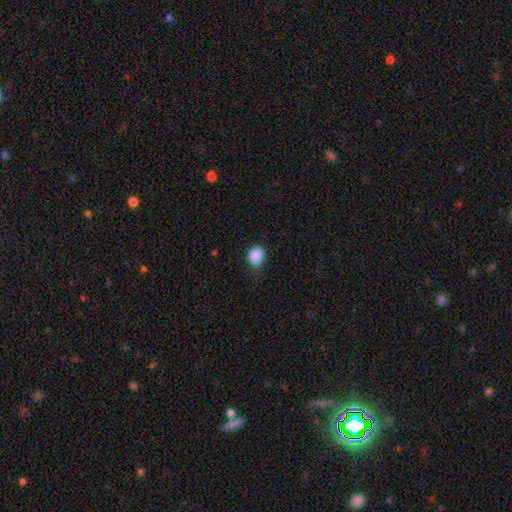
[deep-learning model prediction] Smooth or featured: smooth — 88% (star or artifact — 9%)
How rounded: round — 60% (in between — 39%)
Merging: none — 73% (minor disturbance — 22%)